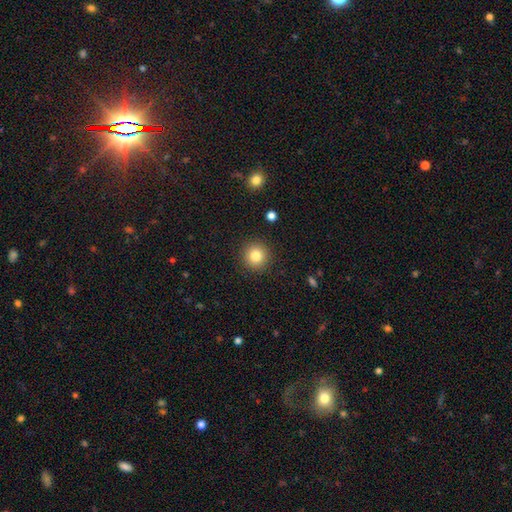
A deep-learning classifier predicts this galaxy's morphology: Smooth or featured? smooth (82%)
How rounded? round (94%)
Merging? none (91%)